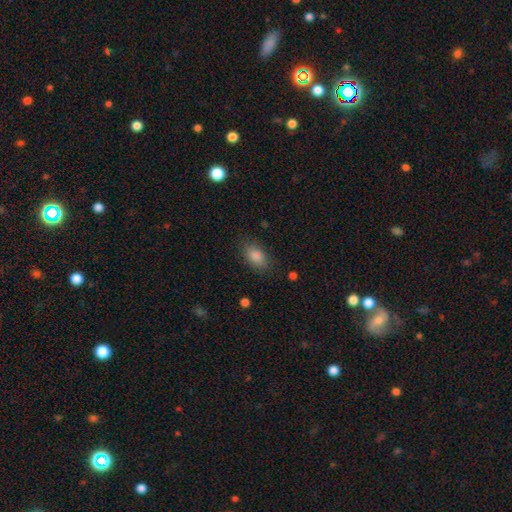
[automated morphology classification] smooth 84%, star or artifact 10%, featured or disk 6%. Down the decision tree: how rounded — in between (88%); merging — none (84%).